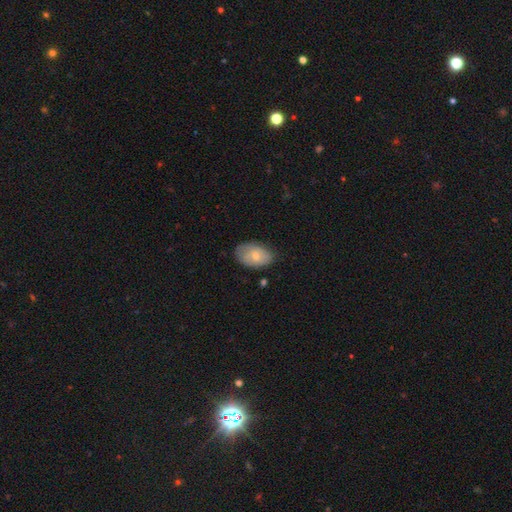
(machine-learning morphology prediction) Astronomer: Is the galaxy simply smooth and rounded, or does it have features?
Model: smooth — 65%.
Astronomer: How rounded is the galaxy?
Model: in between — 88%.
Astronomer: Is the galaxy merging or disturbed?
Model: none — 68%.